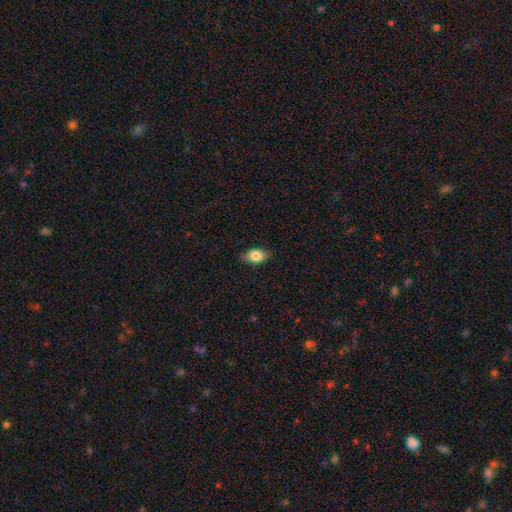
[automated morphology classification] Q: Smooth or featured?
A: smooth (82%); runner-up: featured or disk (10%)
Q: How rounded?
A: in between (86%); runner-up: round (11%)
Q: Merging?
A: none (84%); runner-up: minor disturbance (12%)